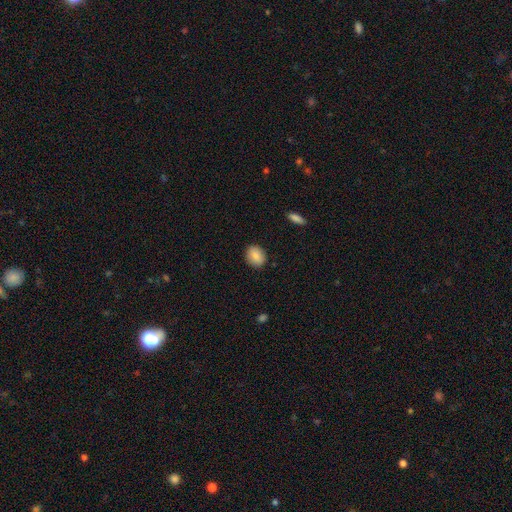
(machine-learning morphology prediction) Smooth or featured: smooth — 86% (star or artifact — 7%)
How rounded: in between — 55% (round — 44%)
Merging: none — 88% (minor disturbance — 9%)